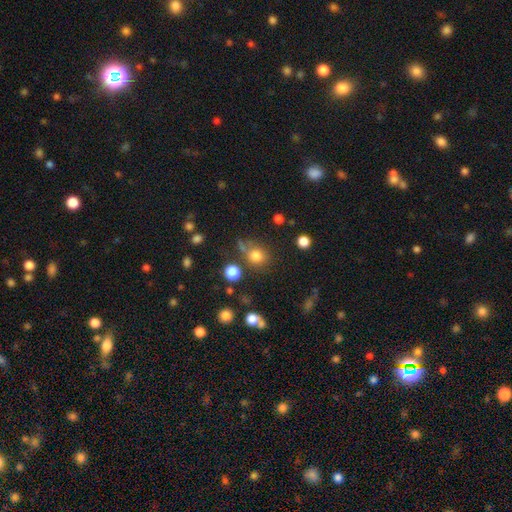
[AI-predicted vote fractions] smooth-or-featured: smooth: 79% | star or artifact: 15% | featured or disk: 7%
  how-rounded: round: 83% | in between: 16% | cigar-shaped: 1%
  merging: none: 67% | minor disturbance: 14% | merger: 12% | major disturbance: 6%